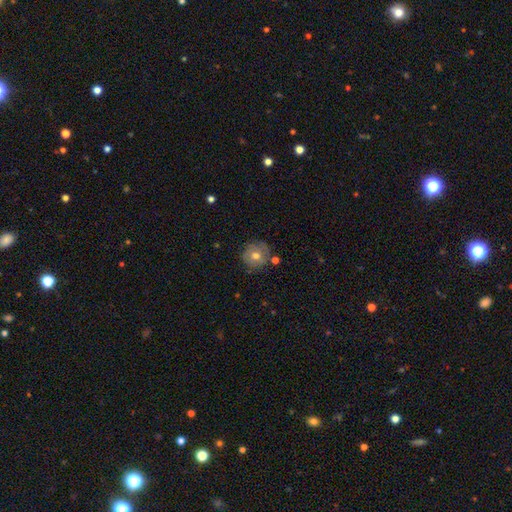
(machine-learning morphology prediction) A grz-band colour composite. It shows a smooth galaxy with no disk features (58%) that is round (93%). Merging: none (76%).